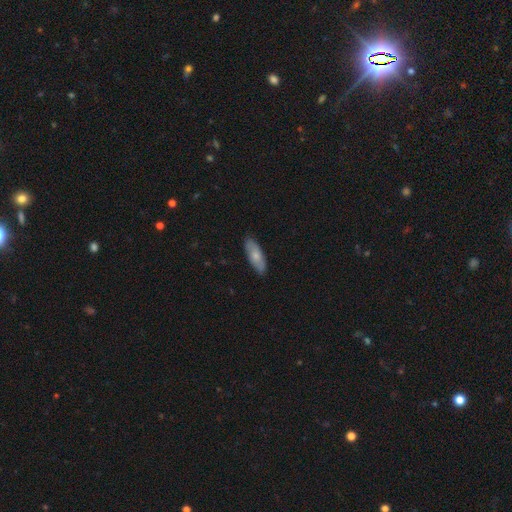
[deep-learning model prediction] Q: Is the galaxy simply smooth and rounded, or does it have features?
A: smooth — 70%.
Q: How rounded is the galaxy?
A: in between — 65%.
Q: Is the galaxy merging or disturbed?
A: none — 87%.